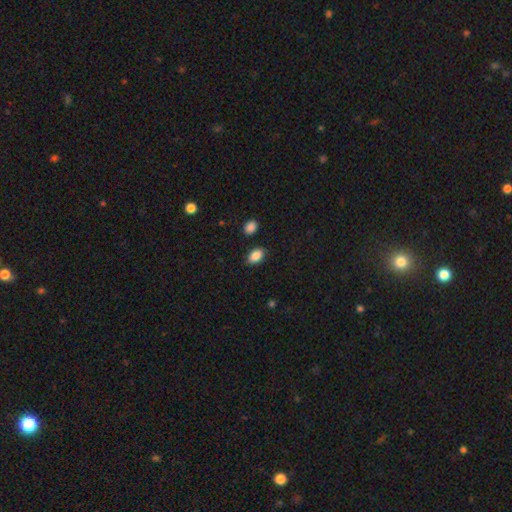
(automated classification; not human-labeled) Overall: smooth (87%). How rounded: in between (87%). Merging: none (85%).